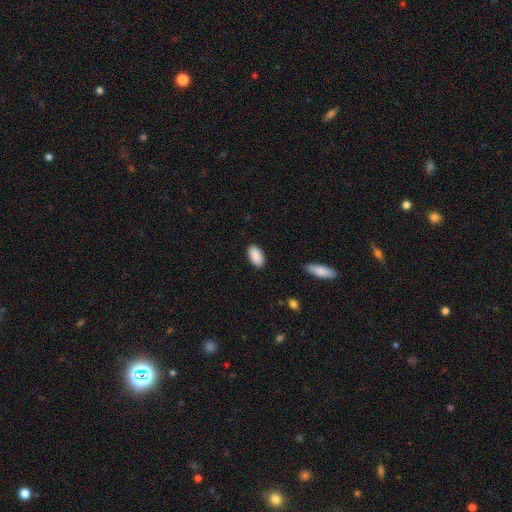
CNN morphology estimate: This appears to be a smooth galaxy with no disk features (90%) that is in between round and cigar-shaped (94%). Merging: none (87%).